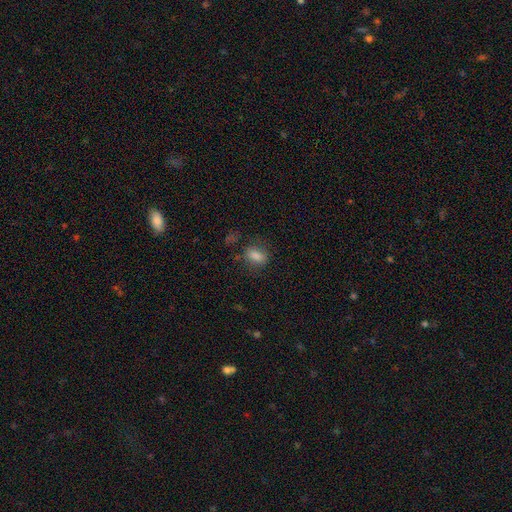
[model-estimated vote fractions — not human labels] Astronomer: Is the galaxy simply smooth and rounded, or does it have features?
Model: smooth — 80%.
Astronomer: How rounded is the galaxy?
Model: in between — 76%.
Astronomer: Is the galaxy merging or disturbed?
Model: none — 68%.